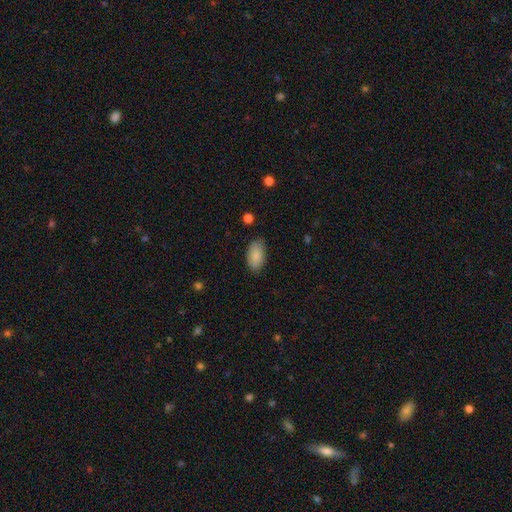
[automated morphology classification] type=smooth (87%); roundness=in between (94%); merging=none (81%).